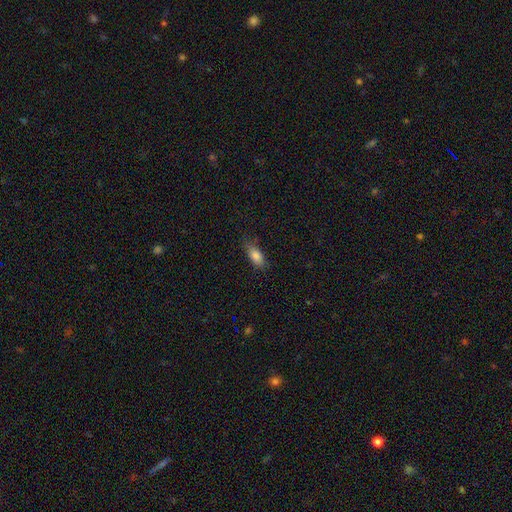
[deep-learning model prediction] A smooth galaxy with no disk features (83%) that is in between round and cigar-shaped (82%). Merging: none (74%).